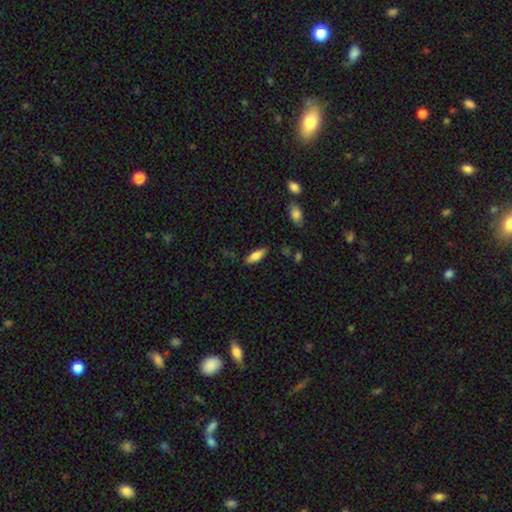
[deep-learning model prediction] smooth_or_featured: smooth (p=0.79) [alt: featured or disk p=0.14]
how_rounded: in between (p=0.67) [alt: cigar-shaped p=0.31]
merging: none (p=0.83) [alt: minor disturbance p=0.13]